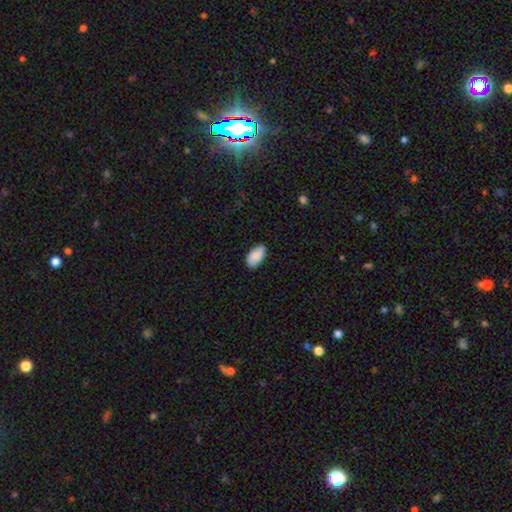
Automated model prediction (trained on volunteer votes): Smooth or featured?
  - smooth: 88% *
  - star or artifact: 6%
  - featured or disk: 6%
How rounded?
  - in between: 95% *
  - round: 3%
  - cigar-shaped: 2%
Merging?
  - none: 80% *
  - minor disturbance: 16%
  - major disturbance: 2%
  - merger: 1%